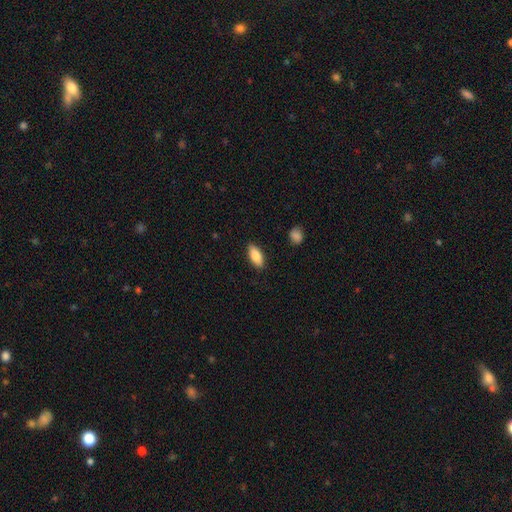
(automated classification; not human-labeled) This is clearly a smooth galaxy (84%). How rounded: clearly in between (84%). Merging: clearly none (88%).